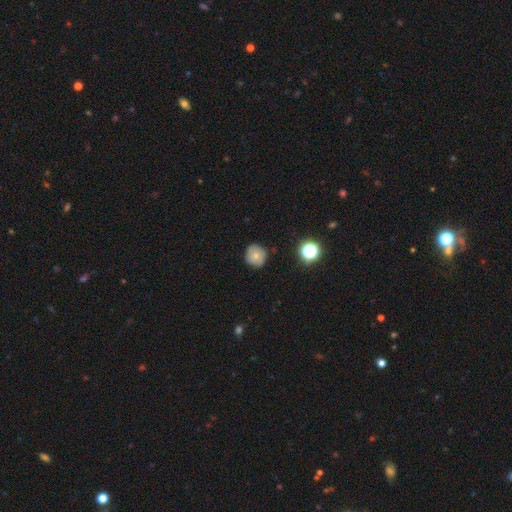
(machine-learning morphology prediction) A smooth galaxy with no disk features (66%) that is round (89%).

Vote fractions:
- Smooth or featured? smooth: 66% / featured or disk: 21% / star or artifact: 12%
- How rounded? round: 89% / in between: 10% / cigar-shaped: 1%
- Merging? none: 80% / minor disturbance: 15% / major disturbance: 3% / merger: 2%